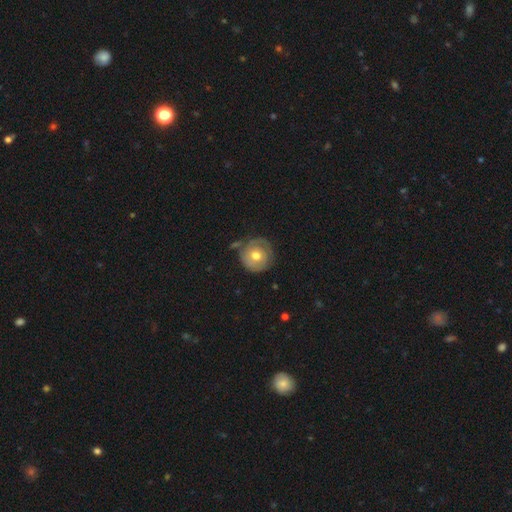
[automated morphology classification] This appears to be a smooth galaxy with no disk features (53%) that is round (93%). Merging: none (68%).